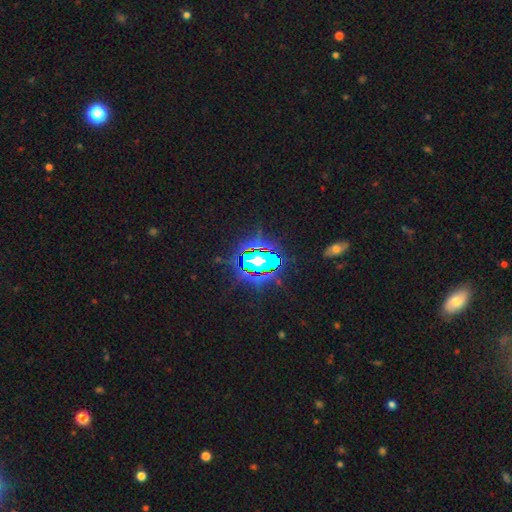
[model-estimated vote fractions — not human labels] A star or artifact, not a galaxy (71%).